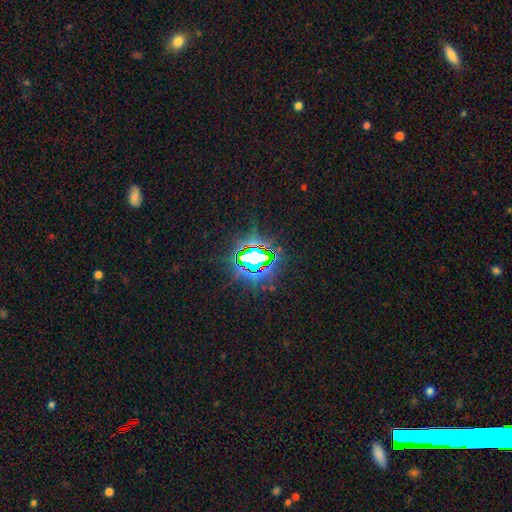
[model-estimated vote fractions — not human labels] Overall: star or artifact (79%).